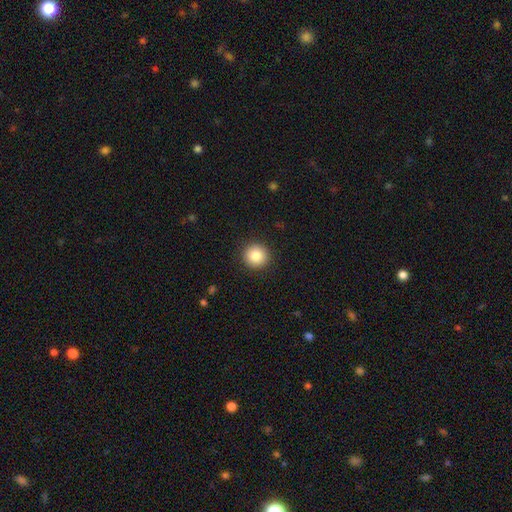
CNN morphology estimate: A smooth galaxy with no disk features (86%) that is round (94%).

Vote fractions:
- Smooth or featured? smooth: 86% / star or artifact: 9% / featured or disk: 5%
- How rounded? round: 94% / in between: 5% / cigar-shaped: 1%
- Merging? none: 92% / minor disturbance: 5% / major disturbance: 2% / merger: 1%